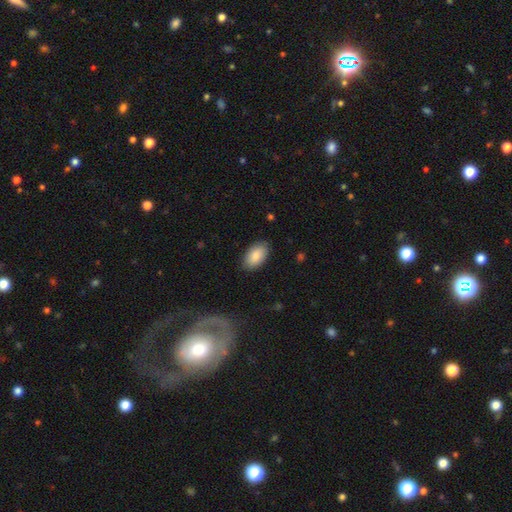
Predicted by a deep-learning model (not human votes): A smooth galaxy with no disk features (87%) that is in between round and cigar-shaped (95%).

Vote fractions:
- Smooth or featured? smooth: 87% / featured or disk: 7% / star or artifact: 6%
- How rounded? in between: 95% / round: 4% / cigar-shaped: 1%
- Merging? none: 85% / minor disturbance: 11% / major disturbance: 2% / merger: 1%